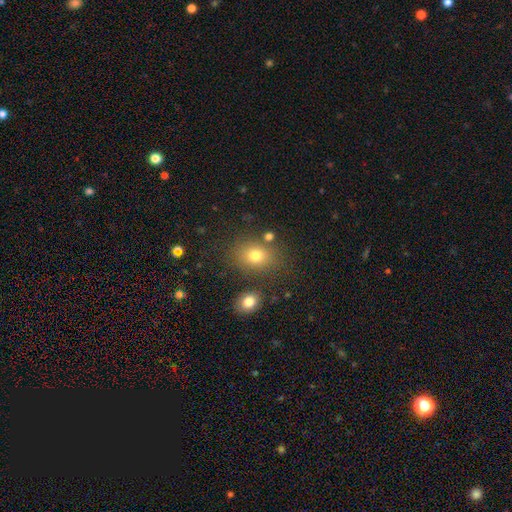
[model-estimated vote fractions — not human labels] The model was most divided on "how rounded": in between: 52%, round: 47%, cigar-shaped: 1%. More confident: merging — none (77%); smooth or featured — smooth (74%).